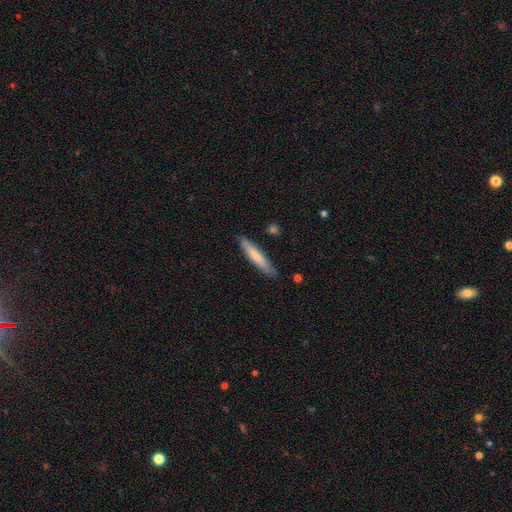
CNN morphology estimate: Smooth or featured: smooth — 72% (featured or disk — 22%)
How rounded: cigar-shaped — 91% (in between — 8%)
Merging: none — 83% (minor disturbance — 13%)